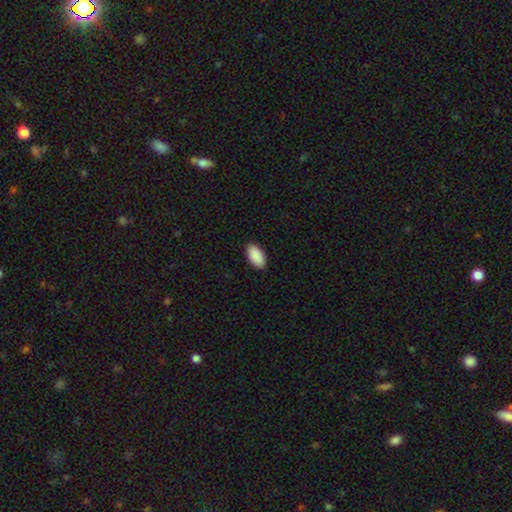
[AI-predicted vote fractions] A smooth galaxy with no disk features (92%) that is in between round and cigar-shaped (95%). Merging: none (90%).